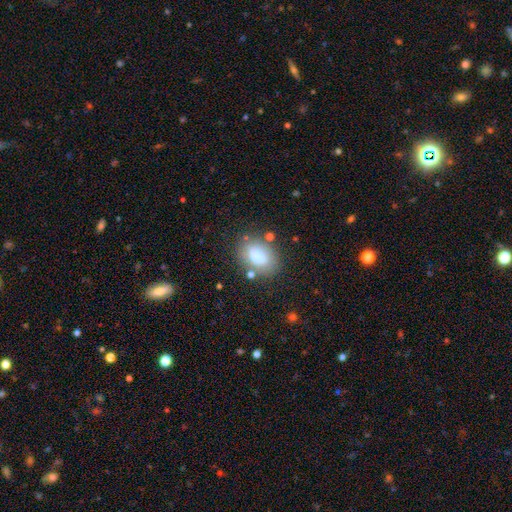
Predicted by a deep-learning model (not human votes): Smooth or featured? smooth (68%)
How rounded? in between (76%)
Merging? none (58%)